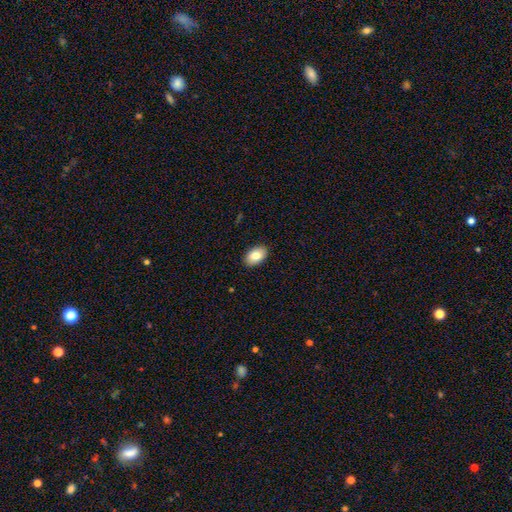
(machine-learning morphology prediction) smooth 83%, featured or disk 10%, star or artifact 7%. Down the decision tree: how rounded — in between (91%); merging — none (90%).